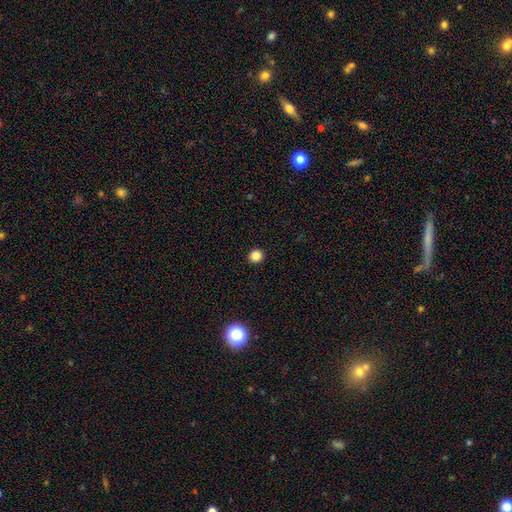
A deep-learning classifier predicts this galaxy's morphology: Smooth or featured? smooth (84%)
How rounded? round (94%)
Merging? none (94%)